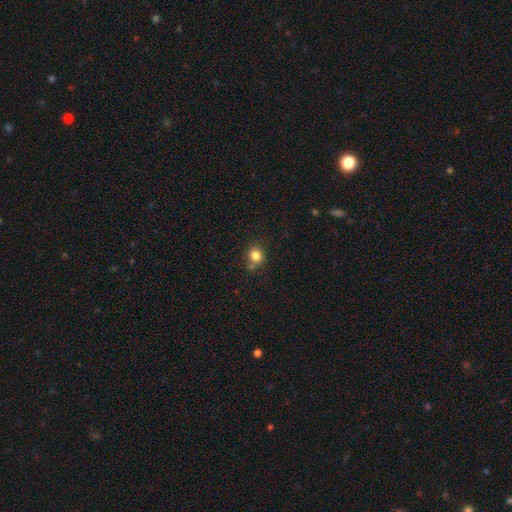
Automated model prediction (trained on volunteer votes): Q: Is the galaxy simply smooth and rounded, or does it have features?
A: smooth — 82%.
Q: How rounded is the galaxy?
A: round — 78%.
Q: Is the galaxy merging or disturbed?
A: none — 70%.